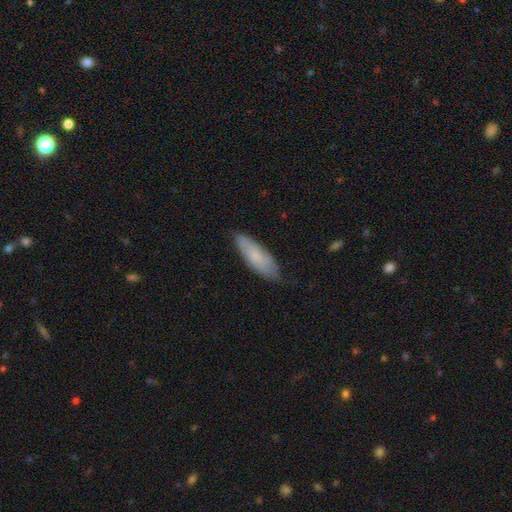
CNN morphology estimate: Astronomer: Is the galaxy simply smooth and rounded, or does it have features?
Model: smooth — 71%.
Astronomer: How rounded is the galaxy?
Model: in between — 56% (runner-up: cigar-shaped, 42%).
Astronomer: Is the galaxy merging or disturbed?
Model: none — 78%.